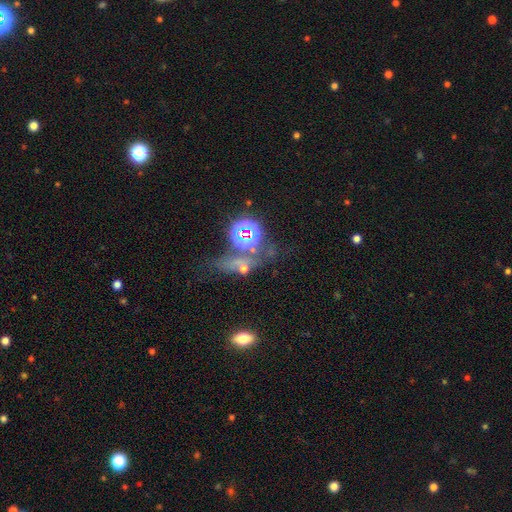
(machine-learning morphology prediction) smooth-or-featured: star or artifact: 65% | smooth: 21% | featured or disk: 14%